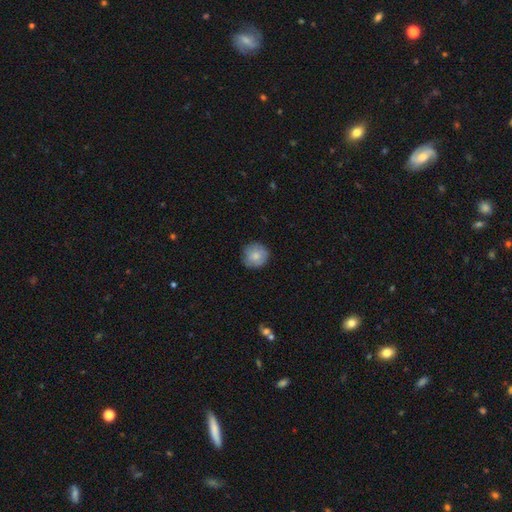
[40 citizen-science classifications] A smooth galaxy with no disk features (78%) that is round (94%).

Vote fractions:
- Smooth or featured? smooth: 78% / featured or disk: 15% / star or artifact: 8%
- How rounded? round: 94% / in between: 6% / cigar-shaped: 0%
- Merging? none: 89% / minor disturbance: 11% / major disturbance: 0% / merger: 0%